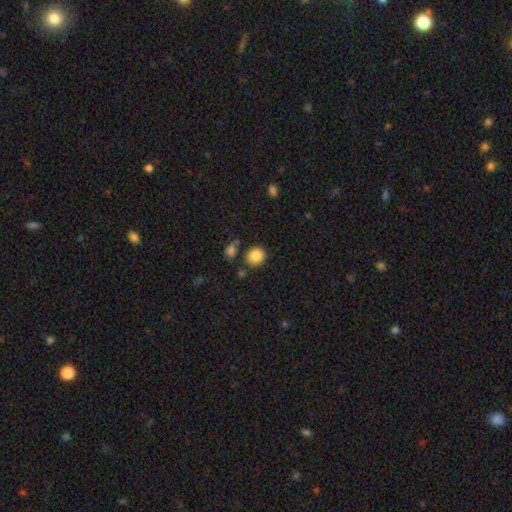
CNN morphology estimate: type=smooth (87%); roundness=round (81%); merging=none (79%).